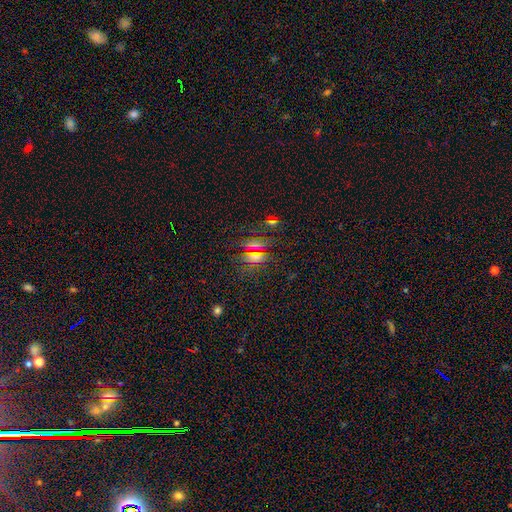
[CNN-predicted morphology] smooth_or_featured: smooth (p=0.43) [alt: star or artifact p=0.40]
merging: none (p=0.66) [alt: minor disturbance p=0.13]